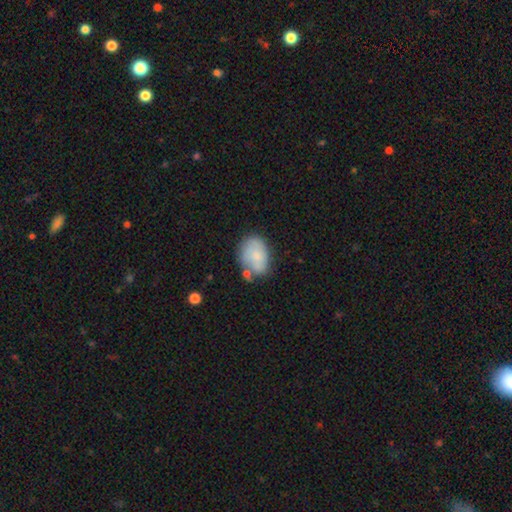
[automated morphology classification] This is likely a smooth galaxy (72%). How rounded: likely in between (74%). Merging: possibly none (51%).